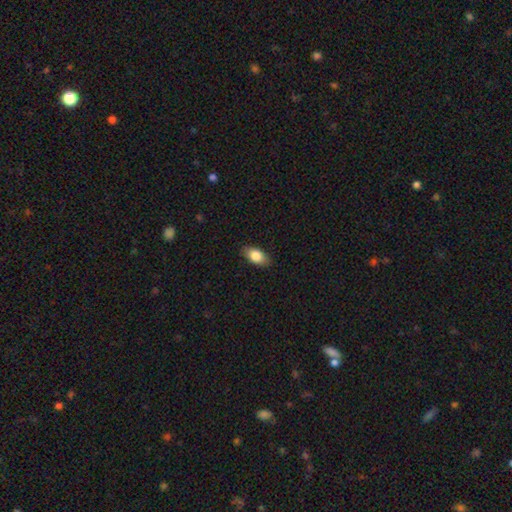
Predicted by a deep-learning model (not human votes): Smooth or featured?
  - smooth: 82% *
  - featured or disk: 11%
  - star or artifact: 7%
How rounded?
  - in between: 90% *
  - round: 5%
  - cigar-shaped: 5%
Merging?
  - none: 86% *
  - minor disturbance: 11%
  - major disturbance: 2%
  - merger: 1%